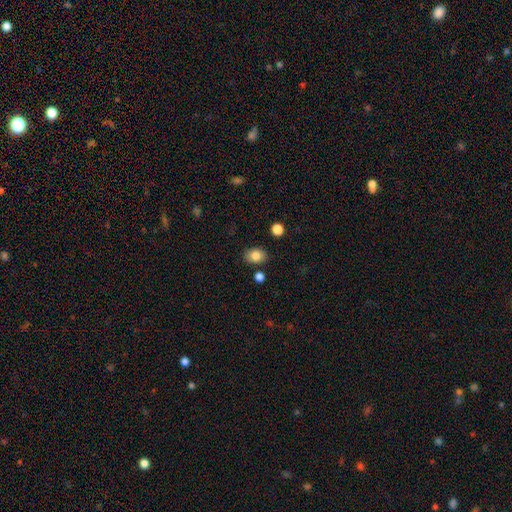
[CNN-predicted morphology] Smooth or featured?
  - smooth: 83% *
  - star or artifact: 9%
  - featured or disk: 8%
How rounded?
  - in between: 65% *
  - round: 34%
  - cigar-shaped: 1%
Merging?
  - none: 83% *
  - minor disturbance: 11%
  - merger: 4%
  - major disturbance: 3%